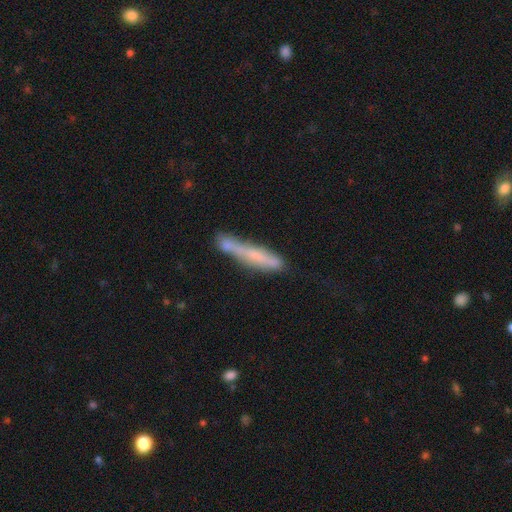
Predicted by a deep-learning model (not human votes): smooth-or-featured: smooth: 52% | featured or disk: 39% | star or artifact: 8%
  how-rounded: cigar-shaped: 92% | in between: 7% | round: 2%
  merging: none: 46% | minor disturbance: 23% | merger: 21% | major disturbance: 10%